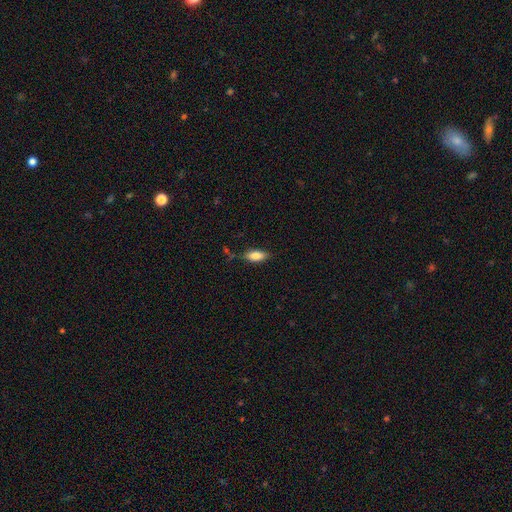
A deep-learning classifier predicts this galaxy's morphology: type=smooth (81%); roundness=in between (82%); merging=none (75%).